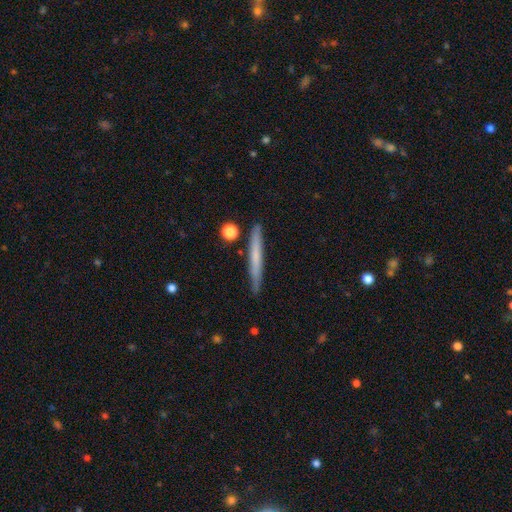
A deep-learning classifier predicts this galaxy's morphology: Smooth or featured? smooth (58%)
How rounded? cigar-shaped (96%)
Merging? none (87%)